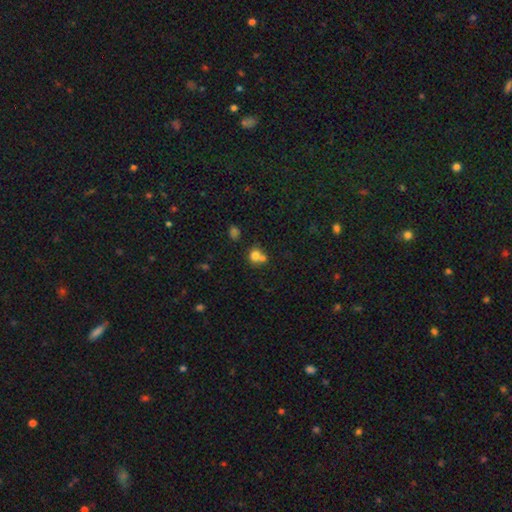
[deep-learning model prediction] Q: Smooth or featured?
A: smooth (76%); runner-up: star or artifact (13%)
Q: How rounded?
A: round (77%); runner-up: in between (22%)
Q: Merging?
A: merger (50%); runner-up: none (39%)